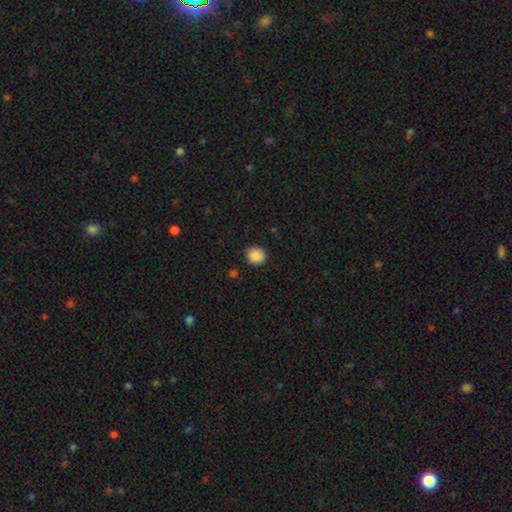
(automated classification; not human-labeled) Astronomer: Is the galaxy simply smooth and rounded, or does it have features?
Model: smooth — 89%.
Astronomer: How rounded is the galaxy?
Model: round — 75%.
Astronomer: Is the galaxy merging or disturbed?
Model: none — 88%.